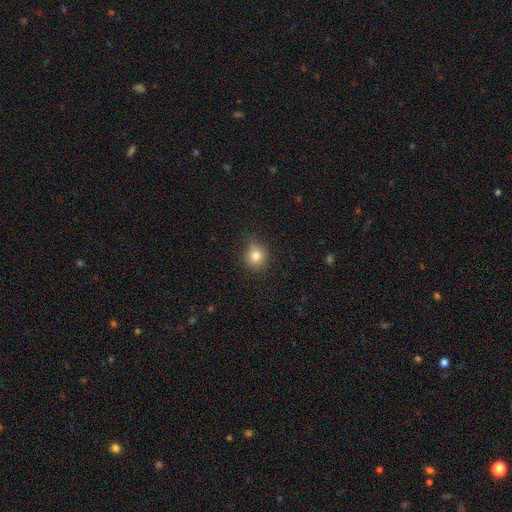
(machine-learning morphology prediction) Smooth or featured? Predicted: smooth (p=0.81). How rounded? Predicted: round (p=0.84). Merging? Predicted: none (p=0.74).